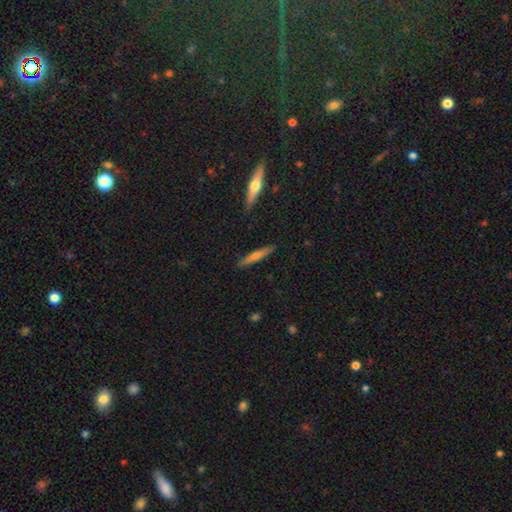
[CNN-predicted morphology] smooth_or_featured: featured or disk (p=0.51) [alt: smooth p=0.43]
disk_edge_on: yes (p=0.95) [alt: no p=0.05]
merging: none (p=0.89) [alt: minor disturbance p=0.08]